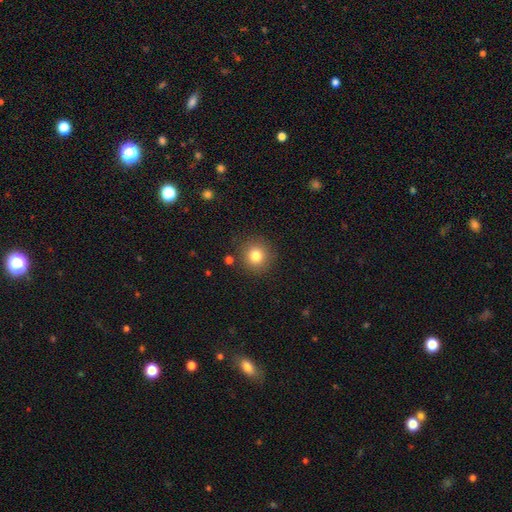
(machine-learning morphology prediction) This is clearly a smooth galaxy (81%). How rounded: clearly round (92%). Merging: clearly none (87%).